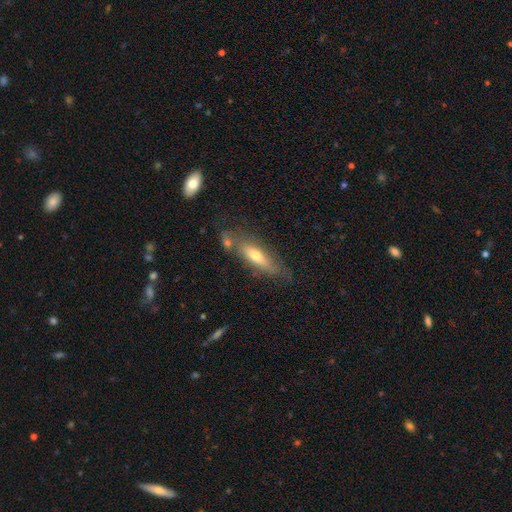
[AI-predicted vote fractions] Q: Smooth or featured?
A: smooth (49%); runner-up: featured or disk (43%)
Q: Merging?
A: none (64%); runner-up: minor disturbance (21%)